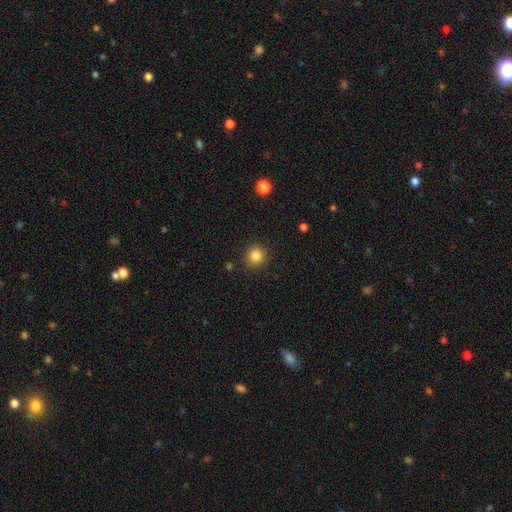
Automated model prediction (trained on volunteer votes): Smooth or featured: smooth — 85% (star or artifact — 11%)
How rounded: round — 92% (in between — 8%)
Merging: none — 89% (minor disturbance — 7%)